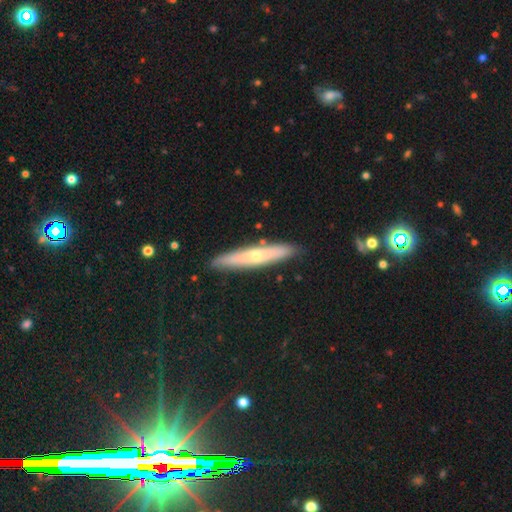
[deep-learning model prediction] This is possibly a featured or disk galaxy (49%). Merging: clearly none (87%).